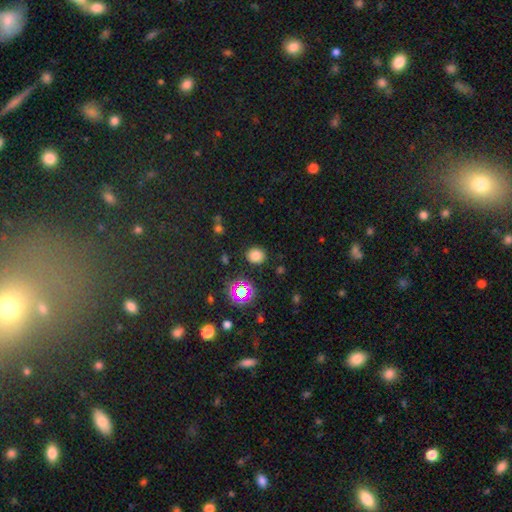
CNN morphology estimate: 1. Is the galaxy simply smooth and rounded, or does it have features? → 75% smooth, 19% star or artifact, 6% featured or disk.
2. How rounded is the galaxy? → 75% round, 24% in between, 1% cigar-shaped.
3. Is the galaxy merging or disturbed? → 87% none, 8% minor disturbance, 3% major disturbance, 2% merger.